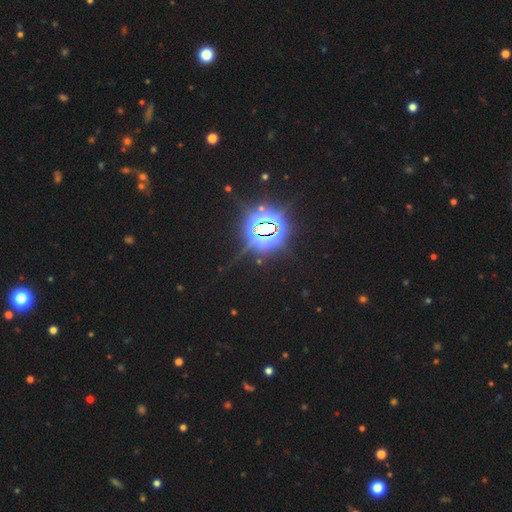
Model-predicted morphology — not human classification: Smooth or featured: star or artifact — 86% (smooth — 8%)